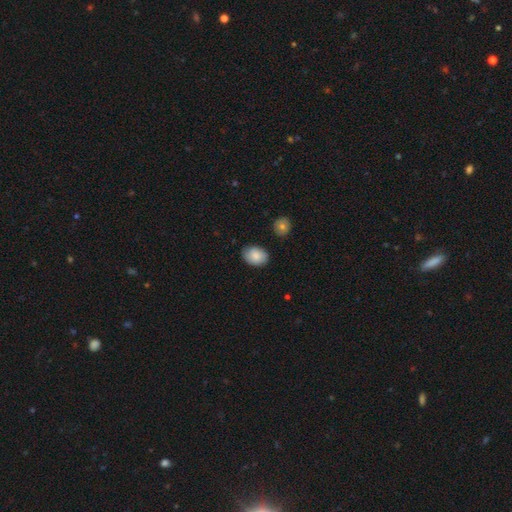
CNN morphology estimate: Overall: smooth (84%). How rounded: in between (69%; round 30%). Merging: none (79%).